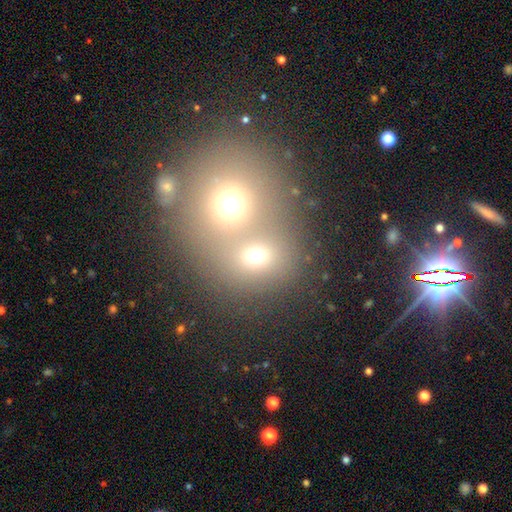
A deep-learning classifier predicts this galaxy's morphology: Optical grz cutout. It shows a smooth galaxy with no disk features (66%) that is round (77%). Merging: merger (63%).